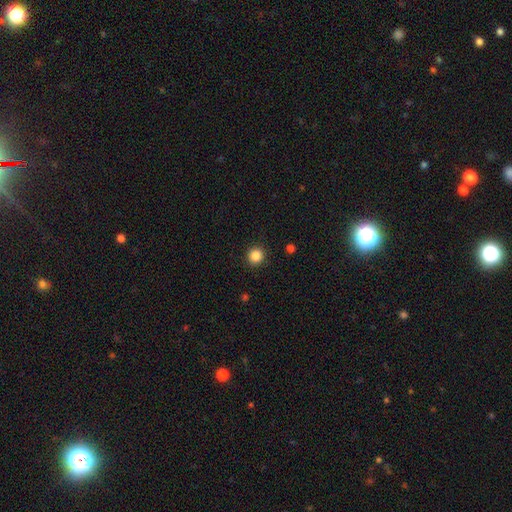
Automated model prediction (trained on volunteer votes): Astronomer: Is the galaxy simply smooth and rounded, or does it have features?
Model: smooth — 85%.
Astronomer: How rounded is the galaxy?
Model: round — 93%.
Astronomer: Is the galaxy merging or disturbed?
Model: none — 92%.